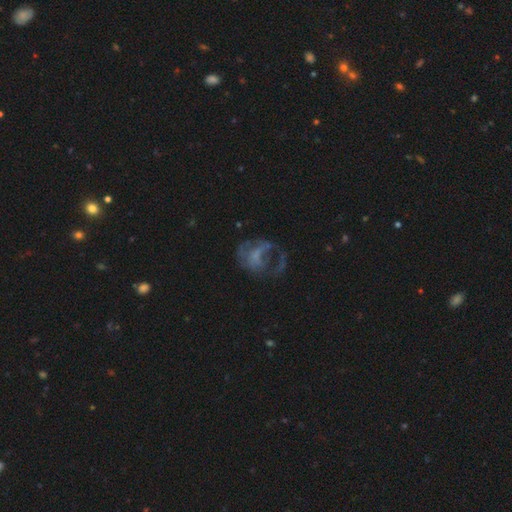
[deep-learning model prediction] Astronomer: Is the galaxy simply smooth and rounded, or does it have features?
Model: featured or disk — 55%.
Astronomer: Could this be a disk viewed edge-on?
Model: no — 98%.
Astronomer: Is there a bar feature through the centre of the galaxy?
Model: no — 72%.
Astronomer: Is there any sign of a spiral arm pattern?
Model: no — 66%.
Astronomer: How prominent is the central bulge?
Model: none — 60%.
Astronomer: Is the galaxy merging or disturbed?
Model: major disturbance — 48% (runner-up: none, 32%).